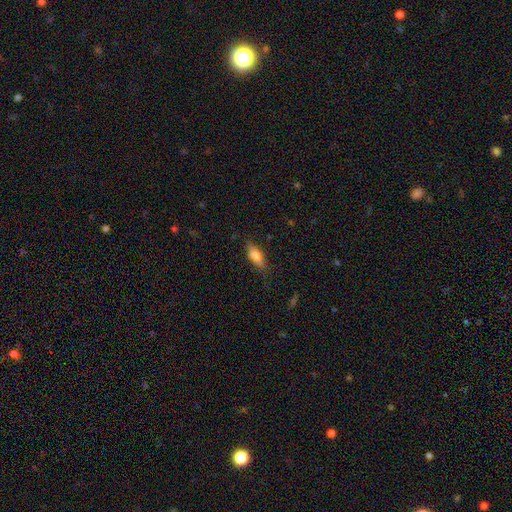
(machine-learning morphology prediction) A smooth galaxy with no disk features (72%) that is in between round and cigar-shaped (69%). Merging: none (78%).